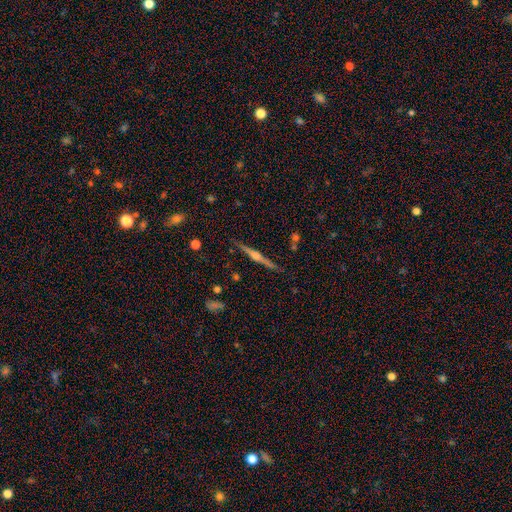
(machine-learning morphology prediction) This is clearly a featured or disk galaxy (81%). It is clearly viewed edge-on (98%). Edge-on bulge: clearly rounded (88%). Merging: clearly none (90%).